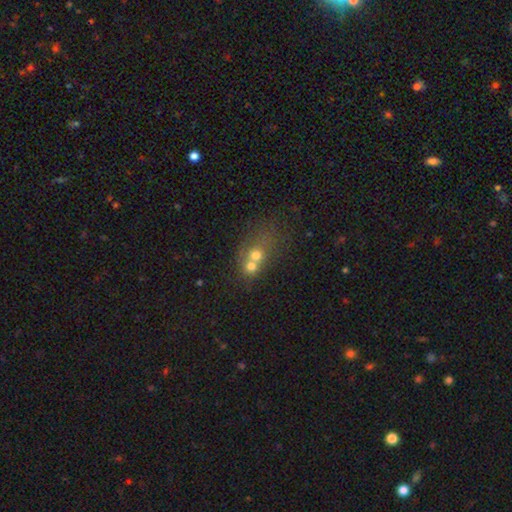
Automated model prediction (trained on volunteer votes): A smooth galaxy with no disk features (62%) that is round (68%). Merging: merger (68%).